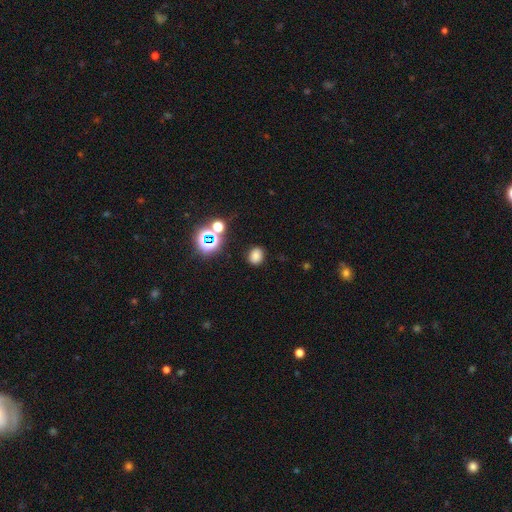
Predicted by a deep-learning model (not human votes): A smooth galaxy with no disk features (74%) that is round (55%).

Vote fractions:
- Smooth or featured? smooth: 74% / star or artifact: 19% / featured or disk: 7%
- How rounded? round: 55% / in between: 44% / cigar-shaped: 1%
- Merging? none: 86% / minor disturbance: 9% / major disturbance: 3% / merger: 2%